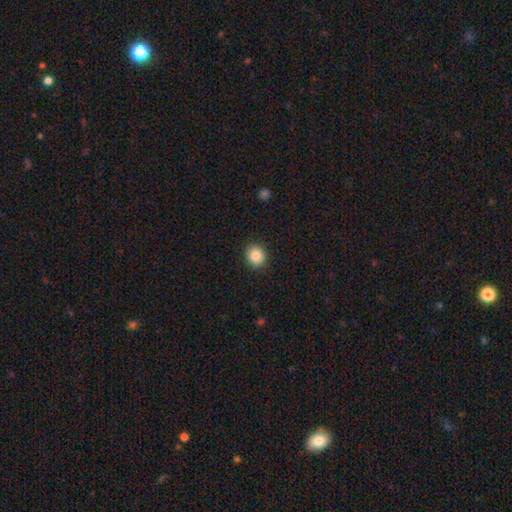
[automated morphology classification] This appears to be a smooth galaxy with no disk features (86%) that is round (76%). Merging: none (90%).